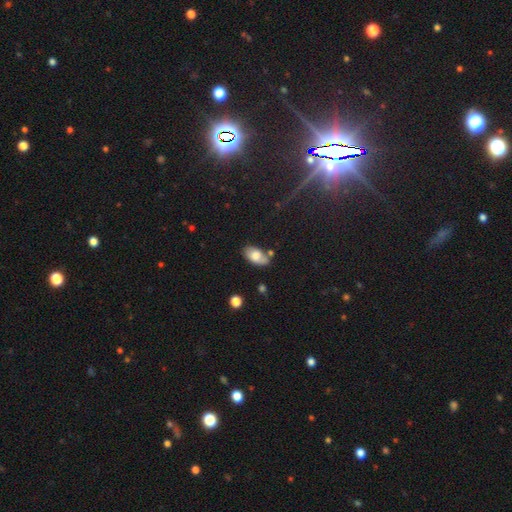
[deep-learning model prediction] smooth 75%, featured or disk 18%, star or artifact 7%. Down the decision tree: how rounded — in between (94%); merging — none (65%).